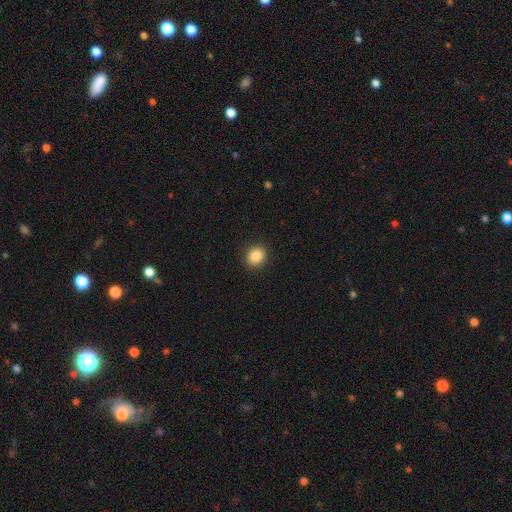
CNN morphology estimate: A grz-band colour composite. It shows a smooth galaxy with no disk features (87%) that is round (68%). Merging: none (90%).